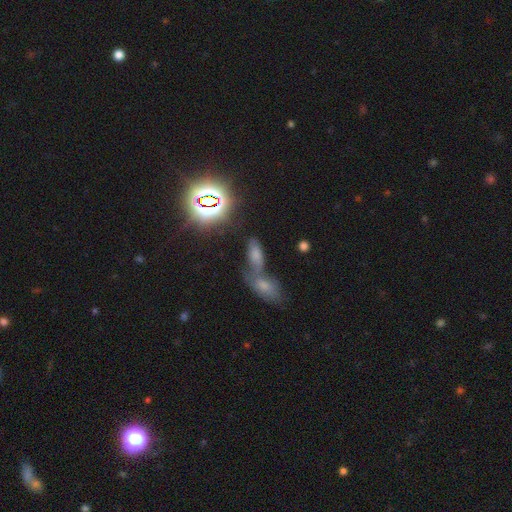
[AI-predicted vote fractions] Morphology: type=smooth (44%); merging=merger (51%).